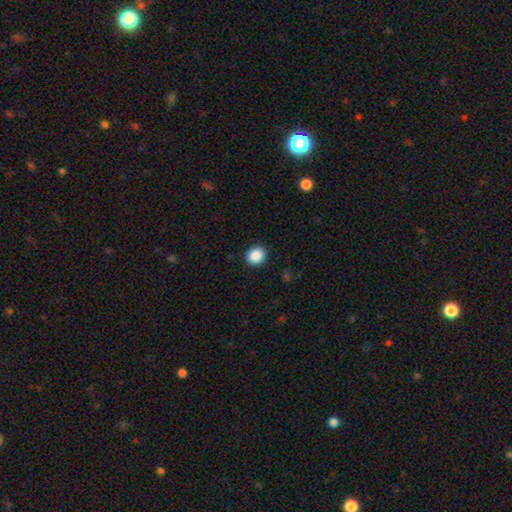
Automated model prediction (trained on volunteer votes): Smooth or featured? smooth (89%)
How rounded? round (79%)
Merging? none (91%)